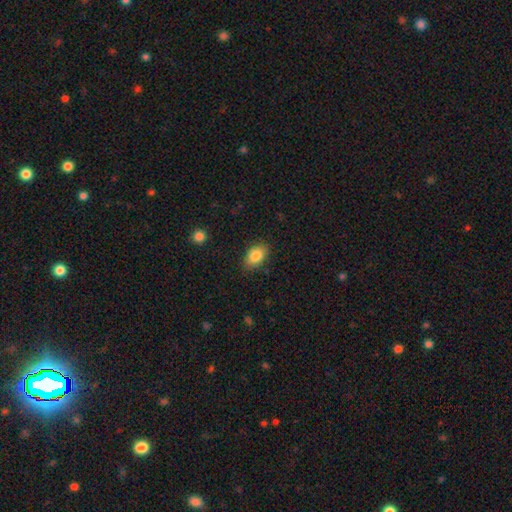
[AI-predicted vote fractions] Morphology: type=smooth (85%); roundness=in between (90%); merging=none (85%).